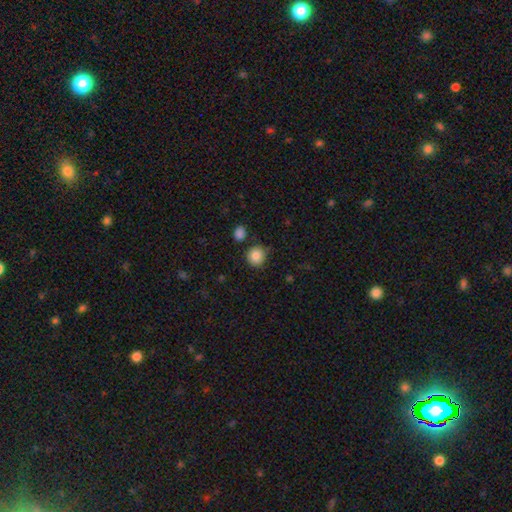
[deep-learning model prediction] A smooth galaxy with no disk features (85%) that is round (89%).

Vote fractions:
- Smooth or featured? smooth: 85% / star or artifact: 10% / featured or disk: 5%
- How rounded? round: 89% / in between: 10% / cigar-shaped: 1%
- Merging? none: 79% / minor disturbance: 12% / merger: 5% / major disturbance: 3%